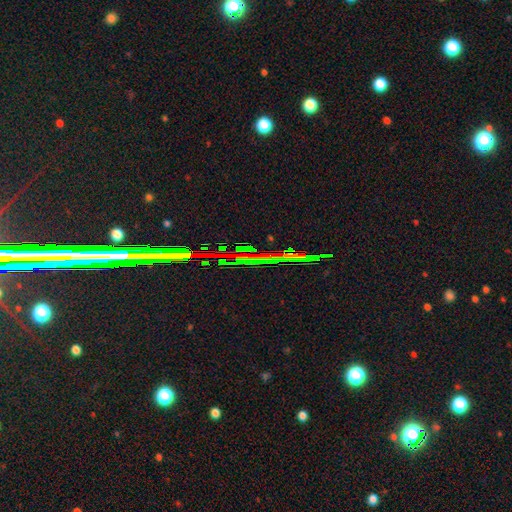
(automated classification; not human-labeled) smooth-or-featured: star or artifact: 79% | featured or disk: 12% | smooth: 10%